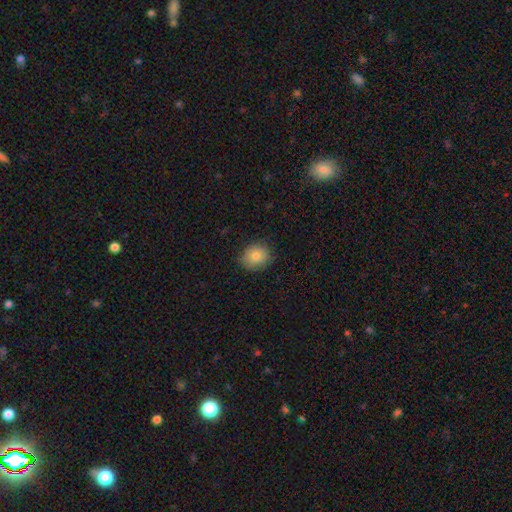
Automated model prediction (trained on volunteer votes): smooth_or_featured: smooth (p=0.82) [alt: featured or disk p=0.09]
how_rounded: round (p=0.73) [alt: in between p=0.26]
merging: none (p=0.81) [alt: minor disturbance p=0.16]